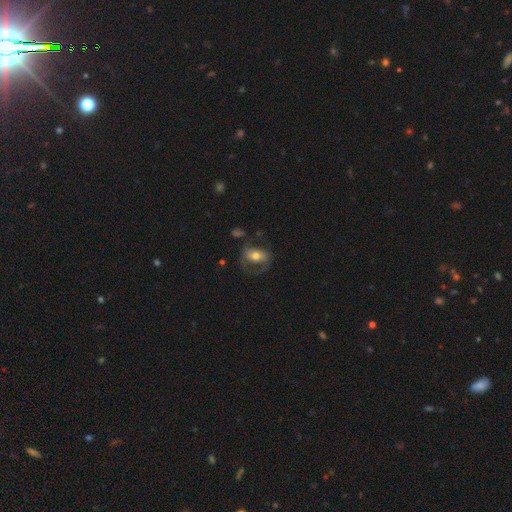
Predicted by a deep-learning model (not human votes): Morphology: type=smooth (49%); merging=none (43%).